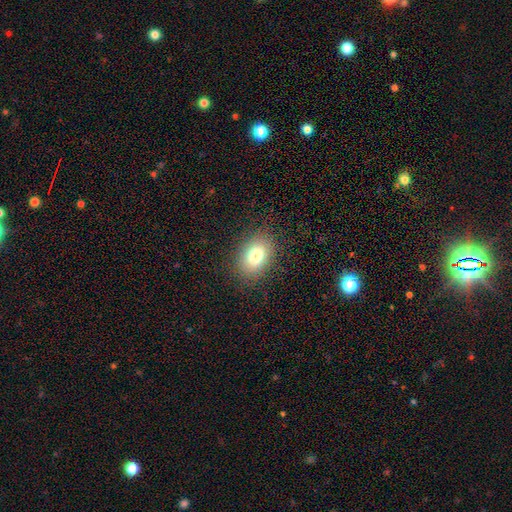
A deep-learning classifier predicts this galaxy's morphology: A smooth galaxy with no disk features (80%) that is in between round and cigar-shaped (81%). Merging: none (85%).